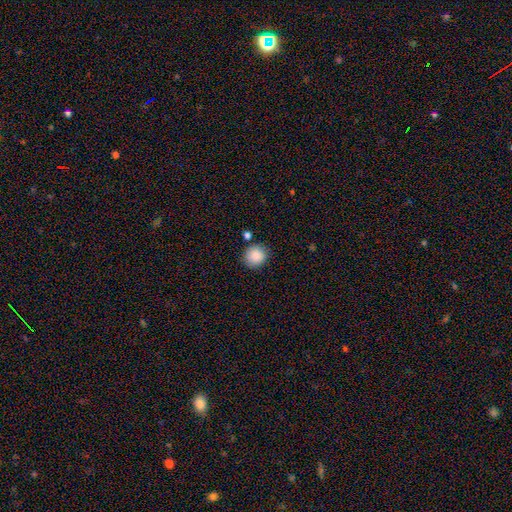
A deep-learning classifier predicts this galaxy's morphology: smooth 88%, star or artifact 8%, featured or disk 4%. Down the decision tree: how rounded — round (87%); merging — none (81%).